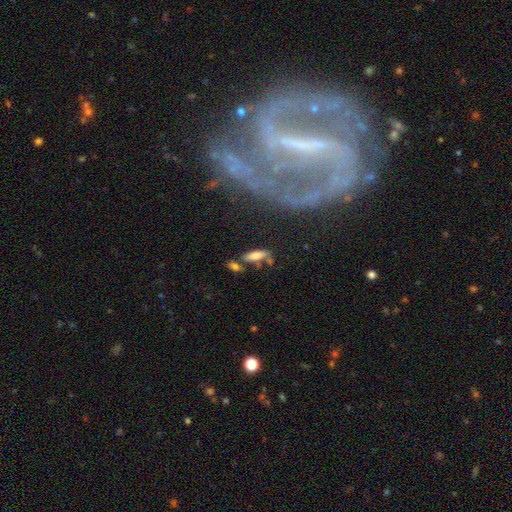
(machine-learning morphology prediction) Overall: smooth (69%). How rounded: in between (49%; cigar-shaped 48%). Merging: none (57%; merger 18%).